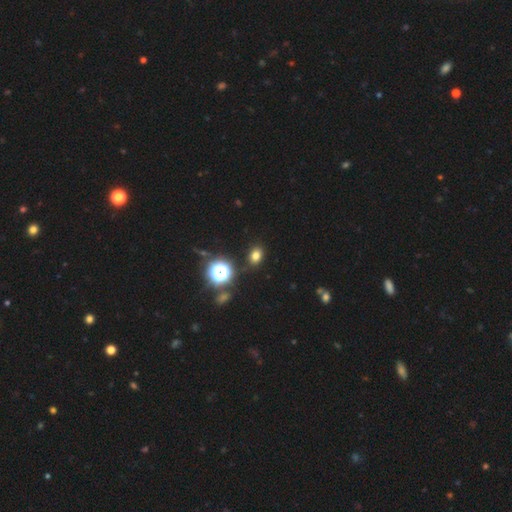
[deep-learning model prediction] Smooth or featured?
  - smooth: 71% *
  - star or artifact: 22%
  - featured or disk: 7%
How rounded?
  - in between: 56% *
  - round: 42%
  - cigar-shaped: 1%
Merging?
  - none: 86% *
  - minor disturbance: 8%
  - major disturbance: 3%
  - merger: 3%